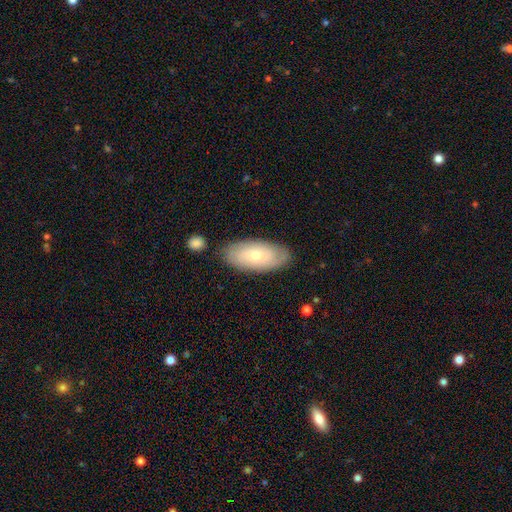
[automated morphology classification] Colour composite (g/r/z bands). It shows a smooth galaxy with no disk features (48%). Merging: none (81%).